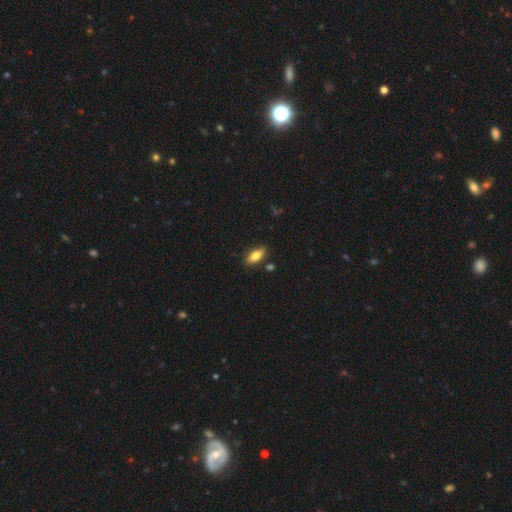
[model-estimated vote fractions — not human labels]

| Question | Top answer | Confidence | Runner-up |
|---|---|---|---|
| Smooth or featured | smooth | 79% | featured or disk (14%) |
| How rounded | in between | 82% | cigar-shaped (15%) |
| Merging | none | 84% | minor disturbance (11%) |